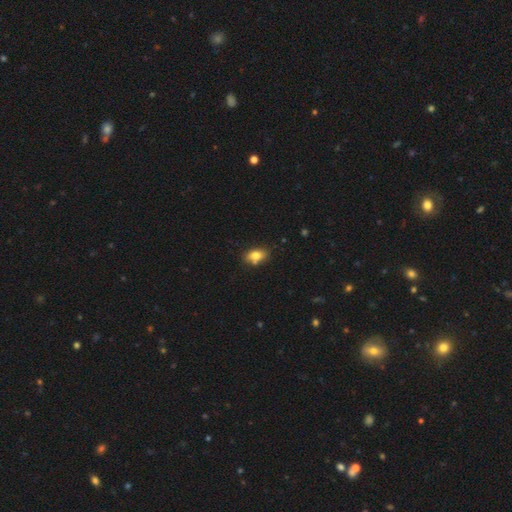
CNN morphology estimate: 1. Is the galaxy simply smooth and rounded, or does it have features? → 80% smooth, 11% featured or disk, 9% star or artifact.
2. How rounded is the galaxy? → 82% in between, 15% round, 3% cigar-shaped.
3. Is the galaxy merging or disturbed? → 70% none, 18% minor disturbance, 8% merger, 4% major disturbance.